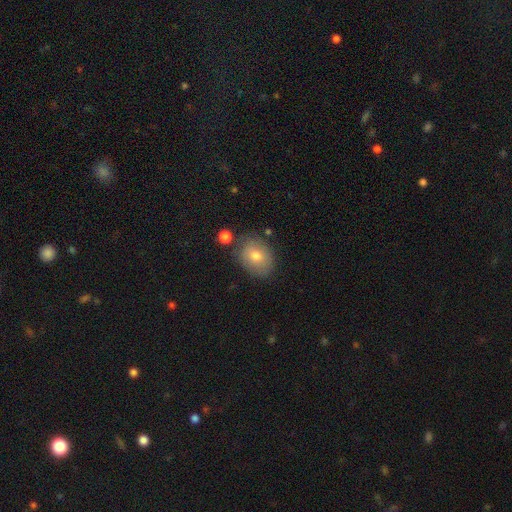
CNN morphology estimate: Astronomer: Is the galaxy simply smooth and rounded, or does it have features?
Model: smooth — 69%.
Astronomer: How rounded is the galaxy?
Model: in between — 57% (runner-up: round, 42%).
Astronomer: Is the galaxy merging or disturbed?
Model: none — 78%.